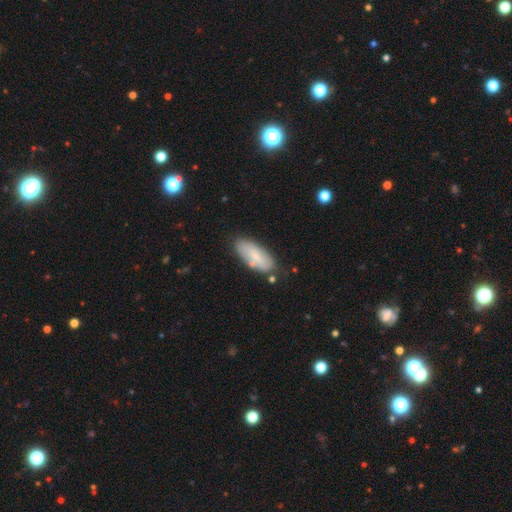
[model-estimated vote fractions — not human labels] A smooth galaxy with no disk features (69%) that is in between round and cigar-shaped (78%).

Vote fractions:
- Smooth or featured? smooth: 69% / featured or disk: 24% / star or artifact: 7%
- How rounded? in between: 78% / cigar-shaped: 20% / round: 2%
- Merging? none: 77% / minor disturbance: 15% / merger: 5% / major disturbance: 3%